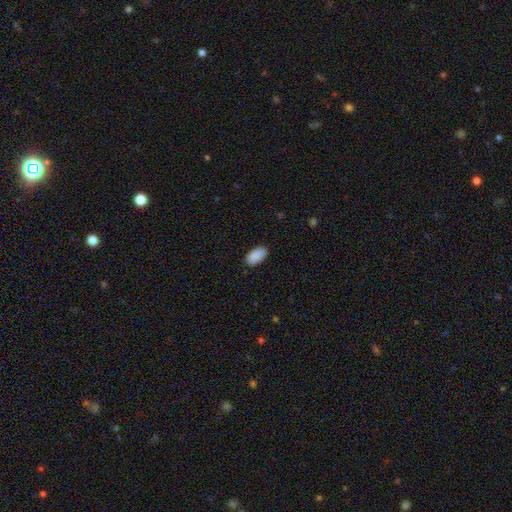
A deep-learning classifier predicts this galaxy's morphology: smooth_or_featured: smooth (p=0.91) [alt: star or artifact p=0.07]
how_rounded: in between (p=0.95) [alt: cigar-shaped p=0.03]
merging: none (p=0.87) [alt: minor disturbance p=0.10]